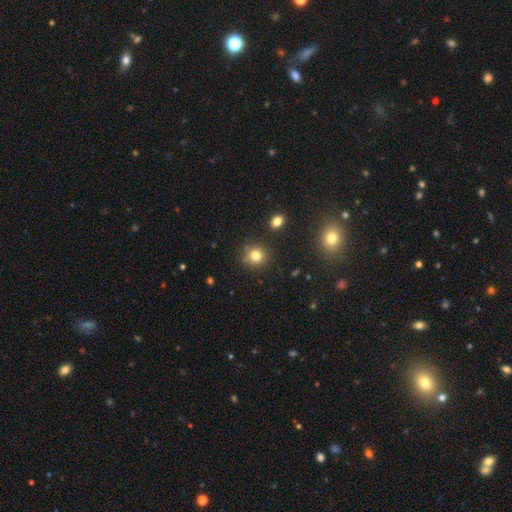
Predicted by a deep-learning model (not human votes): Smooth or featured?
  - smooth: 81% *
  - star or artifact: 12%
  - featured or disk: 6%
How rounded?
  - round: 88% *
  - in between: 11%
  - cigar-shaped: 1%
Merging?
  - none: 85% *
  - minor disturbance: 9%
  - merger: 3%
  - major disturbance: 3%